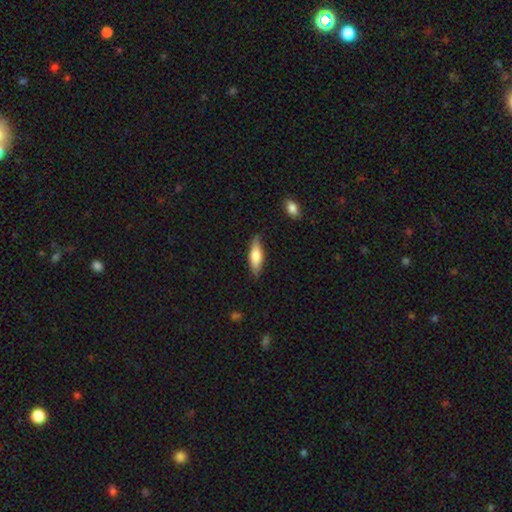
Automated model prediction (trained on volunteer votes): smooth_or_featured: smooth (p=0.66) [alt: featured or disk p=0.28]
how_rounded: in between (p=0.51) [alt: cigar-shaped p=0.47]
merging: none (p=0.81) [alt: minor disturbance p=0.15]